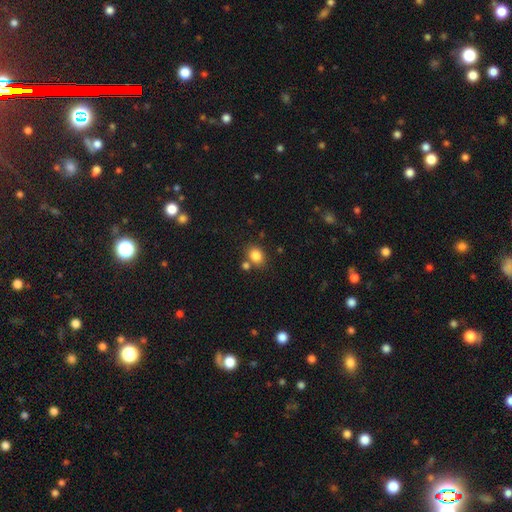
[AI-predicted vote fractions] smooth-or-featured: smooth: 84% | star or artifact: 10% | featured or disk: 6%
  how-rounded: in between: 51% | round: 48% | cigar-shaped: 1%
  merging: none: 70% | merger: 16% | minor disturbance: 11% | major disturbance: 3%